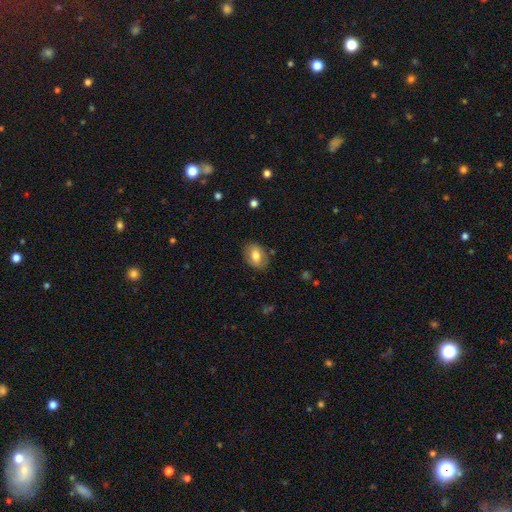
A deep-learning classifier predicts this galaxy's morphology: Smooth or featured? smooth (74%)
How rounded? in between (71%)
Merging? none (83%)